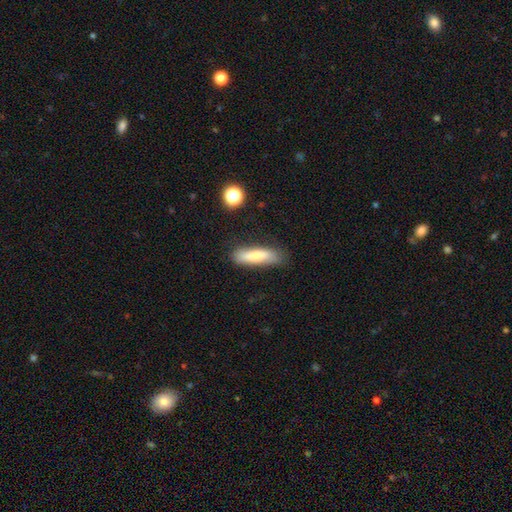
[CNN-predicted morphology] Smooth or featured: smooth — 77% (featured or disk — 16%)
How rounded: cigar-shaped — 72% (in between — 27%)
Merging: none — 79% (minor disturbance — 16%)